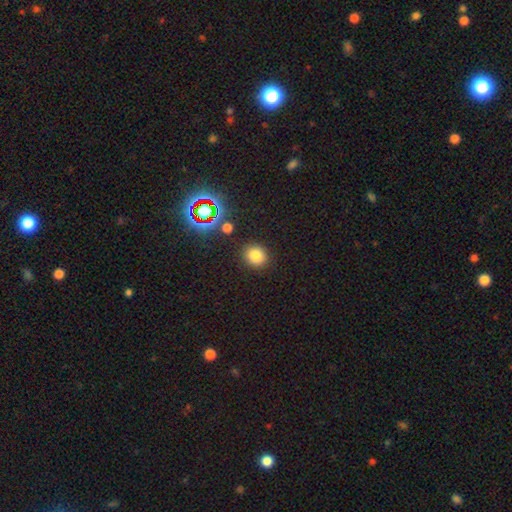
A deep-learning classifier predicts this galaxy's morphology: smooth-or-featured: smooth: 77% | star or artifact: 16% | featured or disk: 7%
  how-rounded: round: 78% | in between: 21% | cigar-shaped: 1%
  merging: none: 87% | minor disturbance: 8% | major disturbance: 3% | merger: 3%